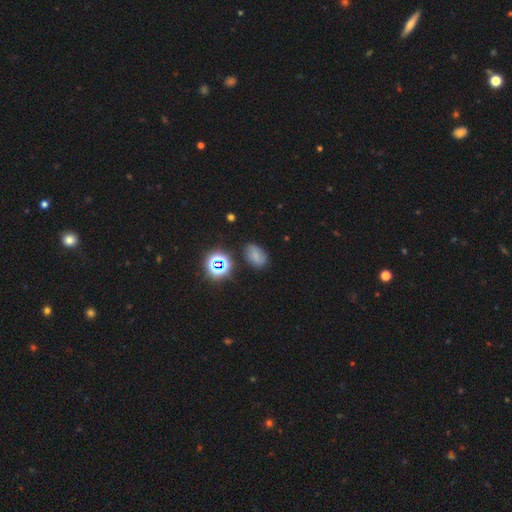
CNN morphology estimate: smooth 64%, star or artifact 22%, featured or disk 14%. Down the decision tree: how rounded — in between (79%); merging — none (73%).